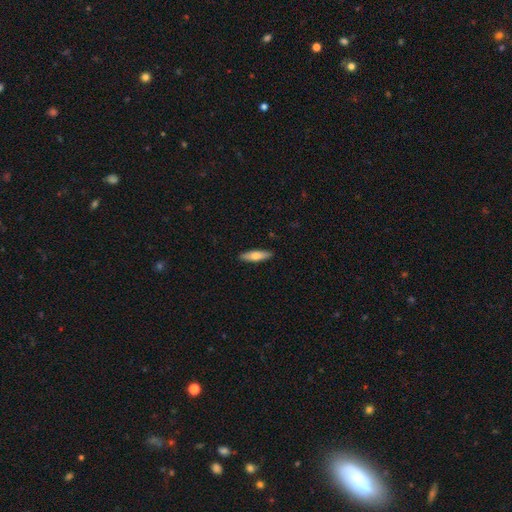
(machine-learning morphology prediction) smooth 68%, featured or disk 27%, star or artifact 6%. Down the decision tree: how rounded — cigar-shaped (61%); merging — none (90%).